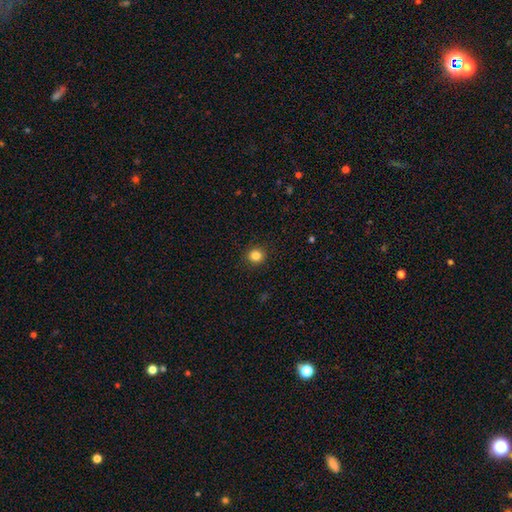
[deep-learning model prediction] Smooth or featured?
  - smooth: 84% *
  - star or artifact: 12%
  - featured or disk: 5%
How rounded?
  - round: 90% *
  - in between: 9%
  - cigar-shaped: 1%
Merging?
  - none: 92% *
  - minor disturbance: 5%
  - major disturbance: 2%
  - merger: 1%